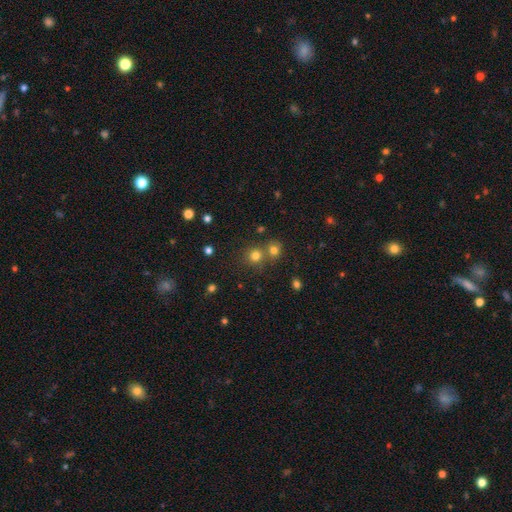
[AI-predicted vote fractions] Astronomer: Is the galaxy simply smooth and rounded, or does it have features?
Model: smooth — 75%.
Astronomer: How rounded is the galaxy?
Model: round — 89%.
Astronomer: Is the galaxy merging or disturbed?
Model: none — 63%.